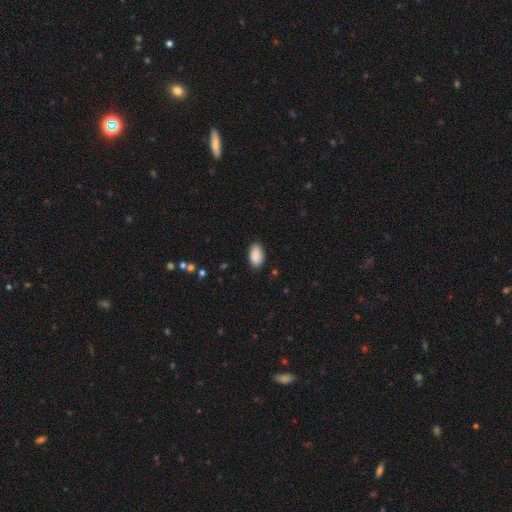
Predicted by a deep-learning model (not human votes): Overall: smooth (89%). How rounded: in between (95%). Merging: none (86%).